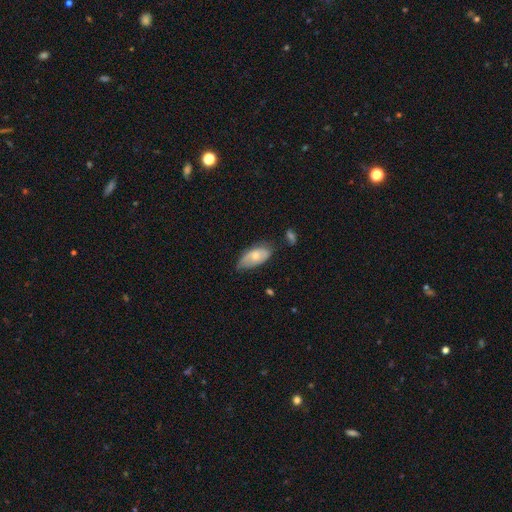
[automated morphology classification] smooth 64%, featured or disk 30%, star or artifact 6%. Down the decision tree: how rounded — in between (92%); merging — none (58%).